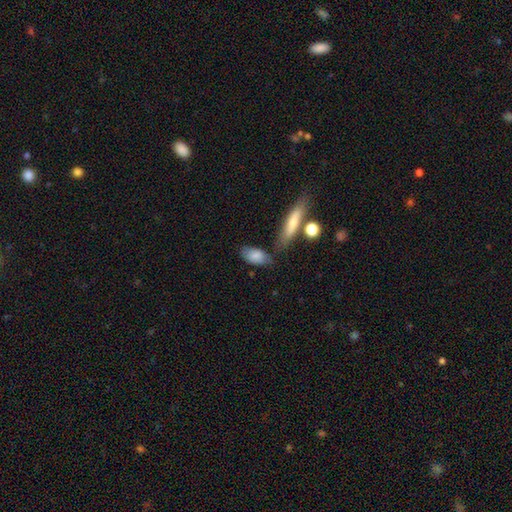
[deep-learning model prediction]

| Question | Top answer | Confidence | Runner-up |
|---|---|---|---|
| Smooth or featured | smooth | 81% | featured or disk (13%) |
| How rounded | in between | 86% | cigar-shaped (10%) |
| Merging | none | 62% | minor disturbance (21%) |